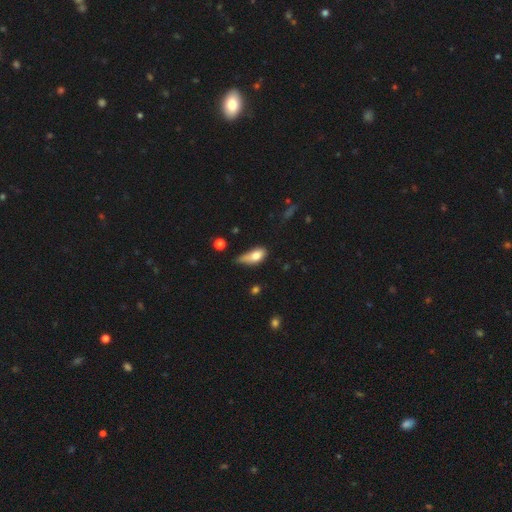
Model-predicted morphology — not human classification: smooth_or_featured: smooth (p=0.75) [alt: featured or disk p=0.17]
how_rounded: in between (p=0.82) [alt: cigar-shaped p=0.12]
merging: minor disturbance (p=0.46) [alt: none p=0.27]